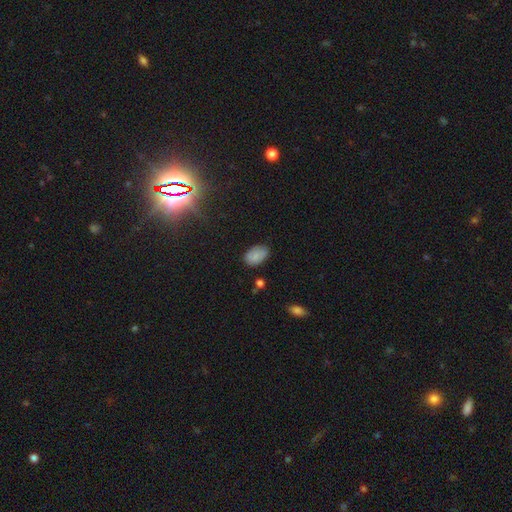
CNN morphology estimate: Smooth or featured: smooth — 80% (featured or disk — 10%)
How rounded: in between — 90% (round — 9%)
Merging: none — 72% (minor disturbance — 21%)